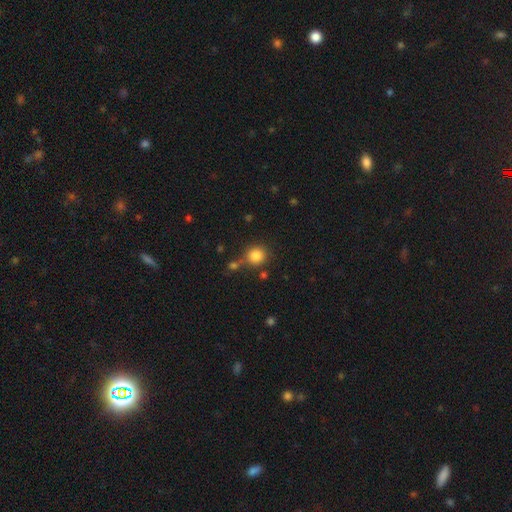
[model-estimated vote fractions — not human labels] Smooth or featured? Predicted: smooth (p=0.84). How rounded? Predicted: round (p=0.90). Merging? Predicted: none (p=0.72).